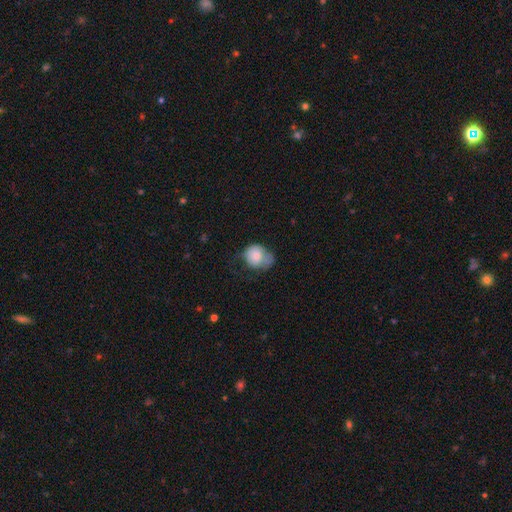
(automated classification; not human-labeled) Q: Smooth or featured?
A: smooth (76%); runner-up: featured or disk (16%)
Q: How rounded?
A: round (64%); runner-up: in between (36%)
Q: Merging?
A: minor disturbance (37%); runner-up: none (34%)